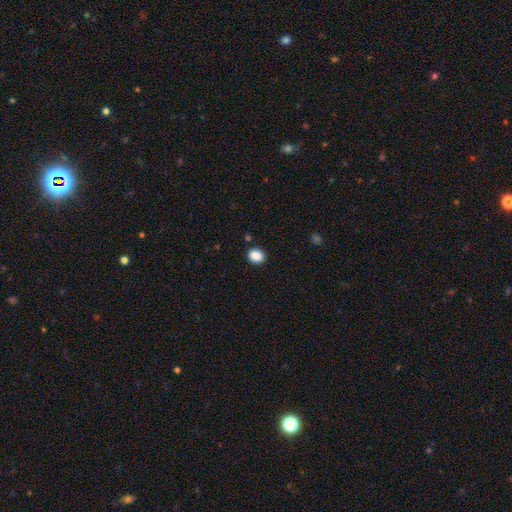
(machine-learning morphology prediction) This is clearly a smooth galaxy (88%). How rounded: possibly round (53%). Merging: clearly none (89%).